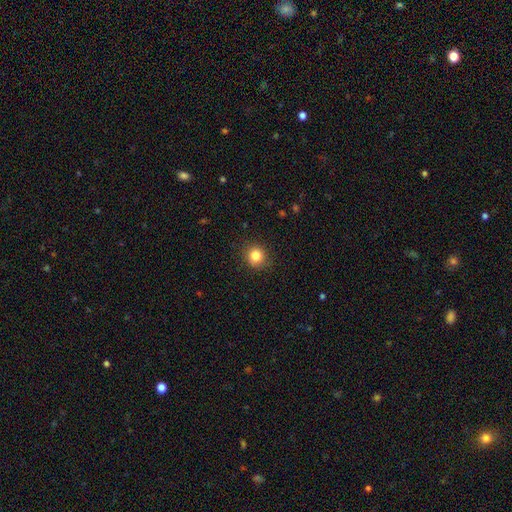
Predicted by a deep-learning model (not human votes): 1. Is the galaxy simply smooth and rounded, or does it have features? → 83% smooth, 11% star or artifact, 5% featured or disk.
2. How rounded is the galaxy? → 88% round, 11% in between, 1% cigar-shaped.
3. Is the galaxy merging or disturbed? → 88% none, 8% minor disturbance, 2% major disturbance, 1% merger.